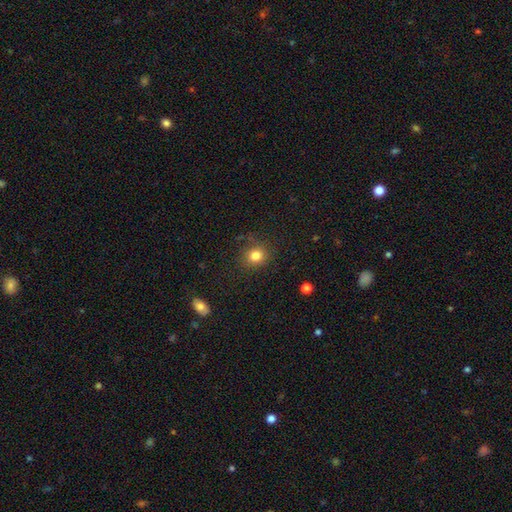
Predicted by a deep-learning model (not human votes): smooth-or-featured: smooth: 82% | star or artifact: 12% | featured or disk: 6%
  how-rounded: round: 81% | in between: 18% | cigar-shaped: 1%
  merging: none: 85% | minor disturbance: 10% | major disturbance: 3% | merger: 2%